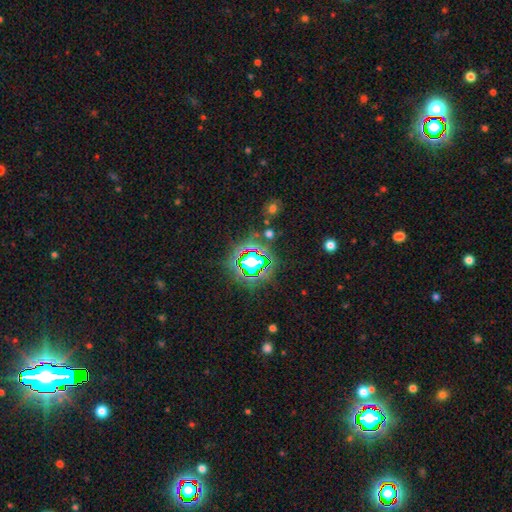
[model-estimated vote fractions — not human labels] Q: Smooth or featured?
A: star or artifact (83%); runner-up: smooth (10%)